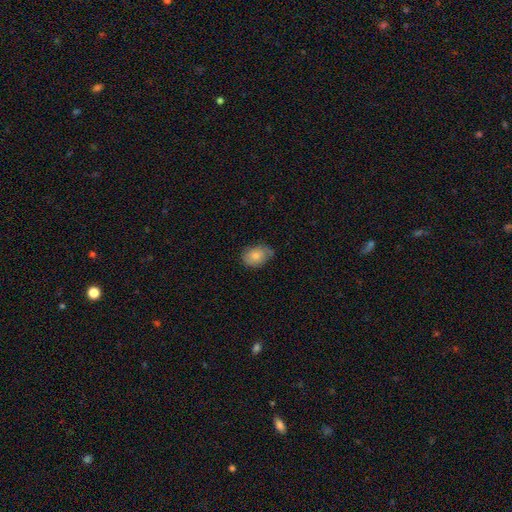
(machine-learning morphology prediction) Q: Smooth or featured?
A: smooth (75%); runner-up: featured or disk (17%)
Q: How rounded?
A: in between (76%); runner-up: round (23%)
Q: Merging?
A: none (59%); runner-up: minor disturbance (33%)